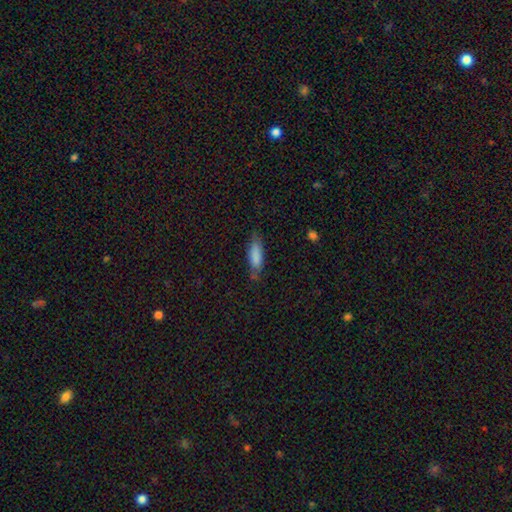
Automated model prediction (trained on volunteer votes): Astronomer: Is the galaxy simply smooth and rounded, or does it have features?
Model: smooth — 83%.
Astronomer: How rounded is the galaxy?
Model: in between — 58% (runner-up: cigar-shaped, 41%).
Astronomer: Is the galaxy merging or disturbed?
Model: none — 69%.